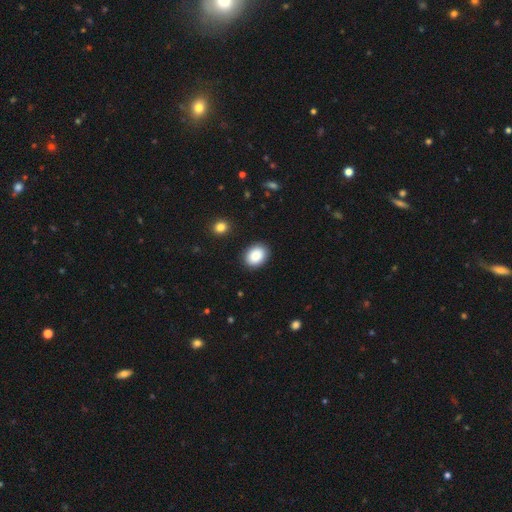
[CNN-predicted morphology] The model was most divided on "how rounded": in between: 62%, round: 37%, cigar-shaped: 1%. More confident: merging — none (89%); smooth or featured — smooth (87%).